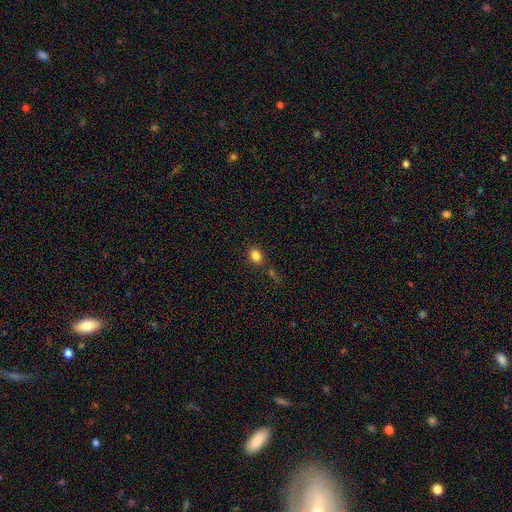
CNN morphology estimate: type=smooth (83%); roundness=round (54%); merging=none (76%).